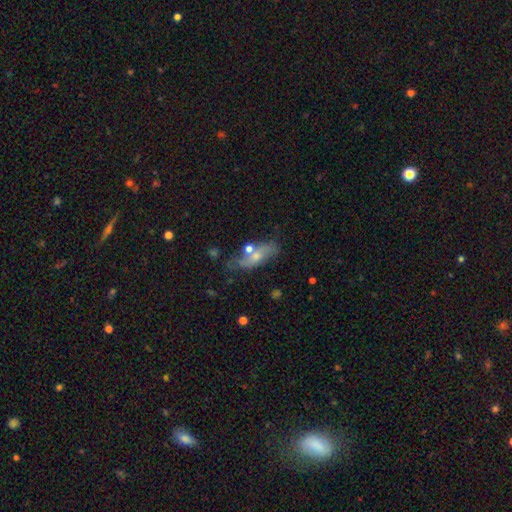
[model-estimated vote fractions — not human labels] smooth_or_featured: featured or disk (p=0.47) [alt: smooth p=0.43]
merging: none (p=0.55) [alt: minor disturbance p=0.22]